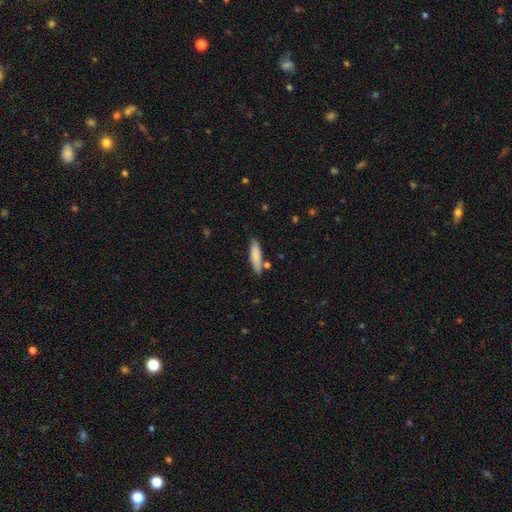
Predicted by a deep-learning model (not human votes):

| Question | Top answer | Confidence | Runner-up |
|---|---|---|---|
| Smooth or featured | smooth | 81% | featured or disk (13%) |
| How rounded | cigar-shaped | 68% | in between (31%) |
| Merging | none | 78% | minor disturbance (14%) |